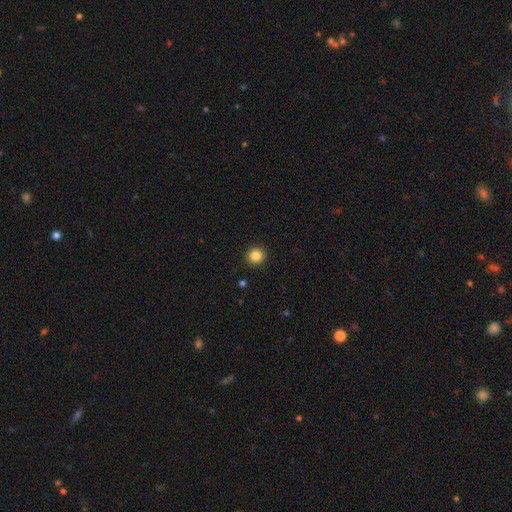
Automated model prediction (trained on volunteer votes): smooth 85%, star or artifact 10%, featured or disk 4%. Down the decision tree: how rounded — round (90%); merging — none (93%).